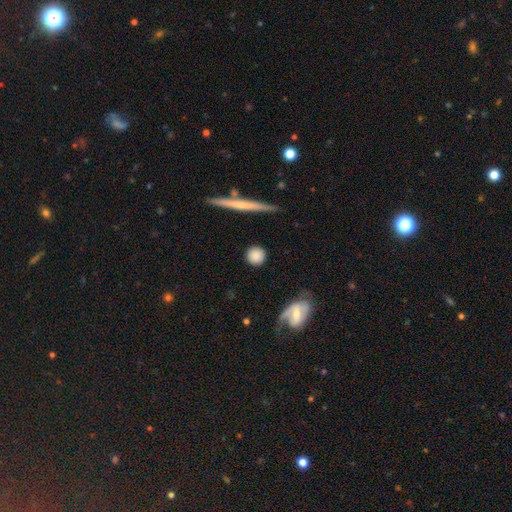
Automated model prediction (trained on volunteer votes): Overall: smooth (82%). How rounded: round (90%). Merging: none (86%).